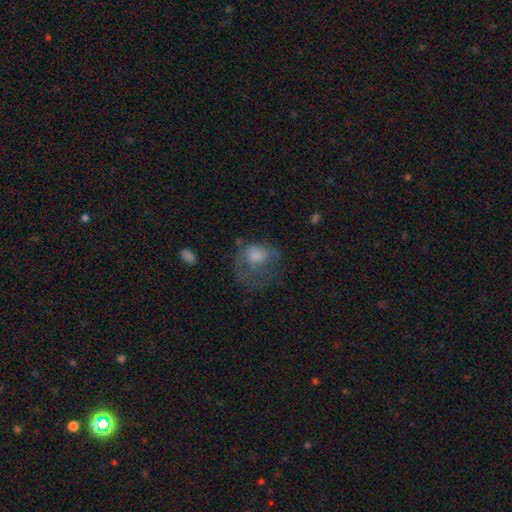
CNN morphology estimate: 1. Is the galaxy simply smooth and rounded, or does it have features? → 52% smooth, 36% featured or disk, 11% star or artifact.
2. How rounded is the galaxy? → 53% round, 46% in between, 1% cigar-shaped.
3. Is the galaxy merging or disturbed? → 45% major disturbance, 32% none, 21% minor disturbance, 3% merger.